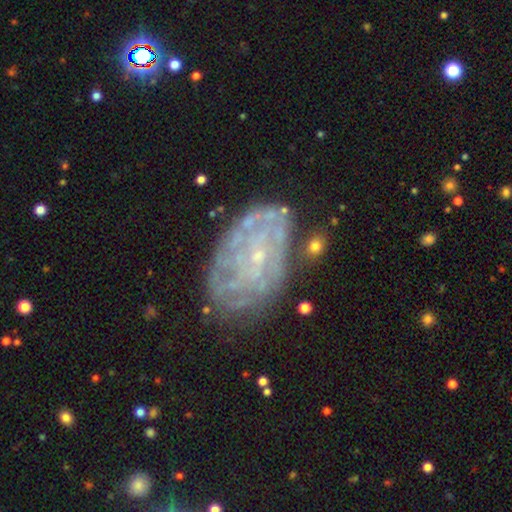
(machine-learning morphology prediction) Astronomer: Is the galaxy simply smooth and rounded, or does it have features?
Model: featured or disk — 78%.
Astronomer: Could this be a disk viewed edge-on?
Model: no — 96%.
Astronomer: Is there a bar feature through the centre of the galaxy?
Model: no — 69%.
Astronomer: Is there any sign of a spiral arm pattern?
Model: yes — 81%.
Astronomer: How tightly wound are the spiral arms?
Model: tight — 70%.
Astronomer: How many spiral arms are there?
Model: can't tell — 51%.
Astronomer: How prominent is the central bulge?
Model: small — 83%.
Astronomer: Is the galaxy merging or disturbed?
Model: none — 69%.